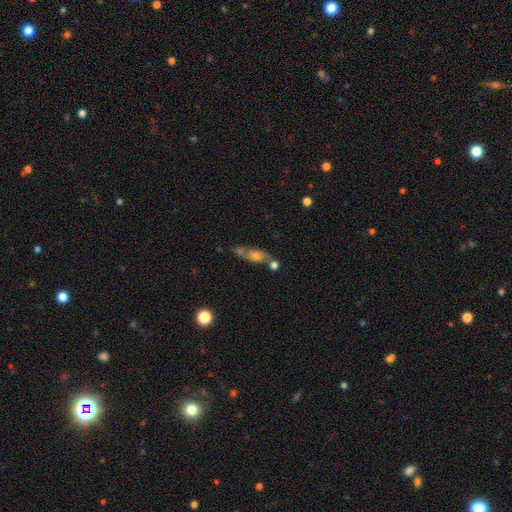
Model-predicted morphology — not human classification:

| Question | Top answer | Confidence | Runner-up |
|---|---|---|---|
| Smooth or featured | smooth | 45% | tied: featured or disk (45%) |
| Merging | none | 45% | merger (27%) |